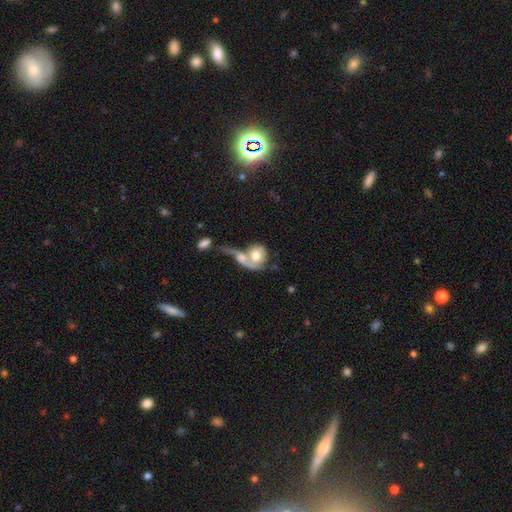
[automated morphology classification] This appears to be a smooth galaxy with no disk features (55%) that is round (60%). Merging: merger (70%).